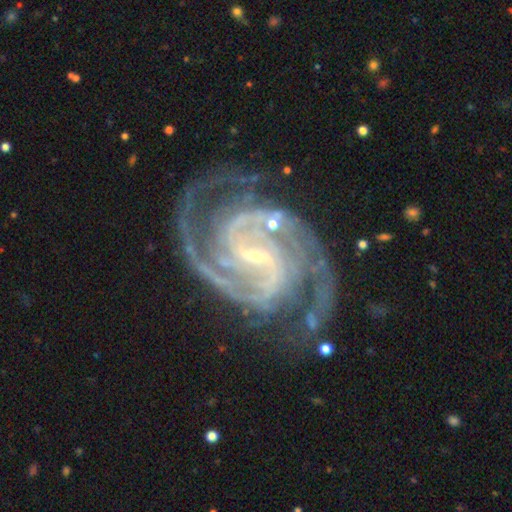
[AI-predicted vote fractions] Smooth or featured: featured or disk — 93% (star or artifact — 5%)
Edge-on disk: no — 98% (yes — 2%)
Bar: weak — 44% (strong — 38%)
Spiral arms: yes — 99% (no — 1%)
Spiral winding: tight — 54% (medium — 41%)
Spiral arm count: 2 — 63% (3 — 16%)
Bulge size: small — 80% (moderate — 13%)
Merging: none — 71% (minor disturbance — 18%)